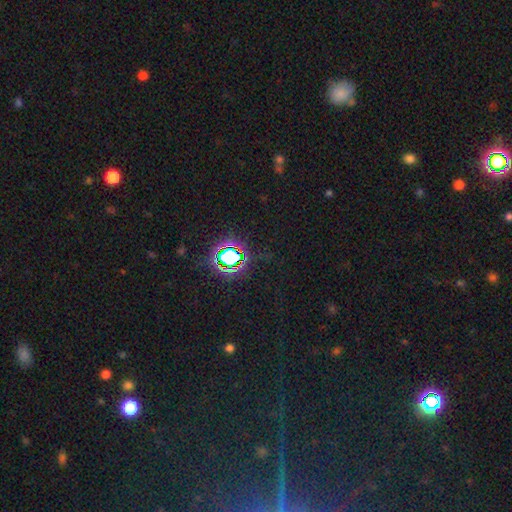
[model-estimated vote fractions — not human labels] star or artifact 80%, smooth 13%, featured or disk 7%.